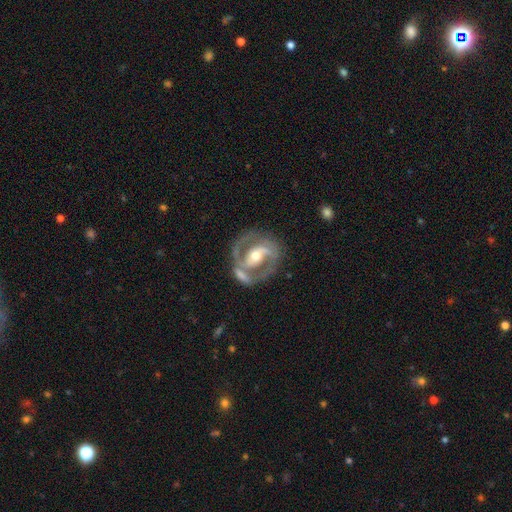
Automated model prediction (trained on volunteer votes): Morphology: type=featured or disk (85%); edge-on=no (96%); bar=strong (47%); spiral arms=yes (82%); winding=medium (46%); arm count=2 (82%); bulge=moderate (67%); merging=none (67%).